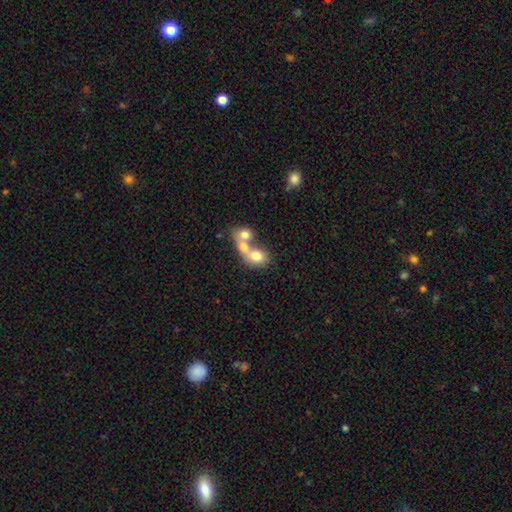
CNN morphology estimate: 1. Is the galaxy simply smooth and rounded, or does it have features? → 69% smooth, 21% featured or disk, 10% star or artifact.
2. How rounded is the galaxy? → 55% round, 43% in between, 1% cigar-shaped.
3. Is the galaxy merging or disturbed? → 70% merger, 20% none, 6% minor disturbance, 4% major disturbance.